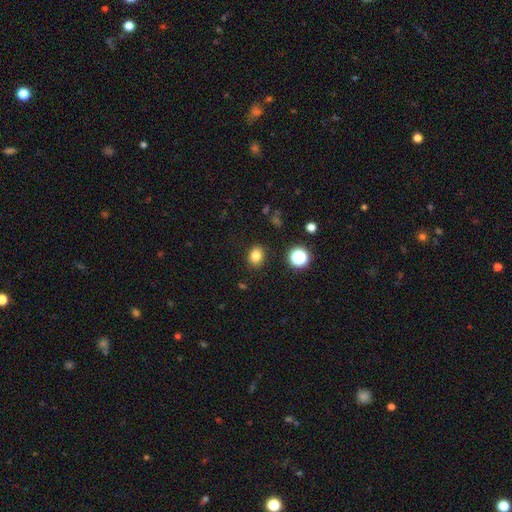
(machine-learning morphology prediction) Smooth or featured?
  - smooth: 81% *
  - star or artifact: 13%
  - featured or disk: 6%
How rounded?
  - round: 54% *
  - in between: 45%
  - cigar-shaped: 1%
Merging?
  - none: 88% *
  - minor disturbance: 8%
  - major disturbance: 3%
  - merger: 2%